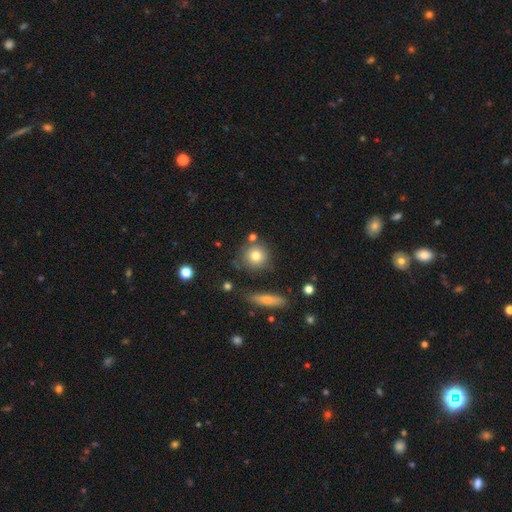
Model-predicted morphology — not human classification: The model was most divided on "merging": none: 75%, minor disturbance: 12%, merger: 9%, major disturbance: 4%. More confident: how rounded — round (89%); smooth or featured — smooth (76%).